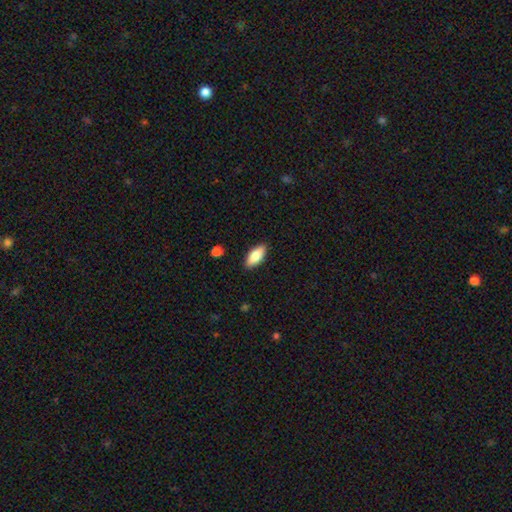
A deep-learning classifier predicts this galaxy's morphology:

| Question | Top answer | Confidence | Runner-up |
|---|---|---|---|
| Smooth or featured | smooth | 80% | featured or disk (14%) |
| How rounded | in between | 84% | cigar-shaped (14%) |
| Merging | none | 88% | minor disturbance (9%) |